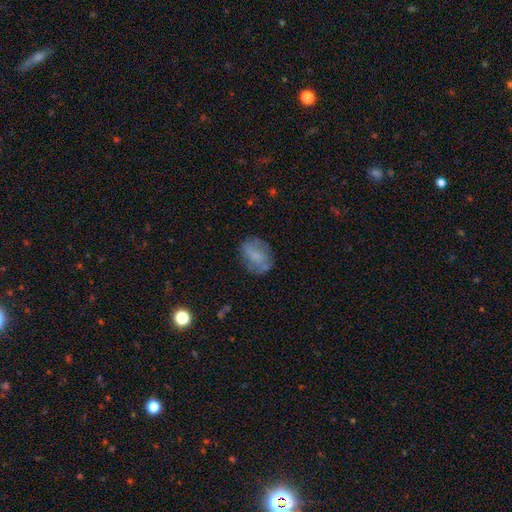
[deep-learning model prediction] smooth_or_featured: smooth (p=0.59) [alt: featured or disk p=0.31]
how_rounded: in between (p=0.63) [alt: round p=0.36]
merging: none (p=0.64) [alt: minor disturbance p=0.22]